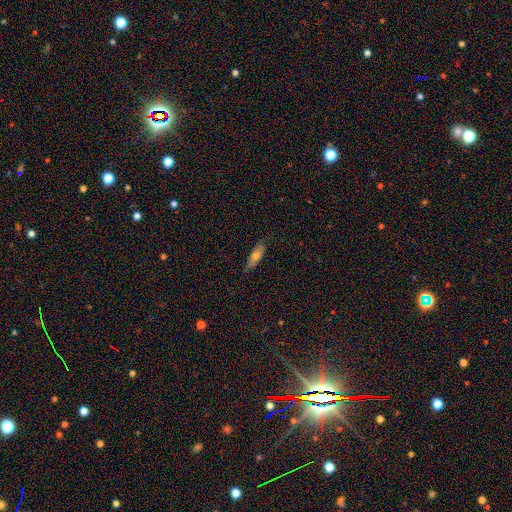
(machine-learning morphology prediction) A smooth galaxy with no disk features (63%) that is in between round and cigar-shaped (56%).

Vote fractions:
- Smooth or featured? smooth: 63% / featured or disk: 30% / star or artifact: 6%
- How rounded? in between: 56% / cigar-shaped: 42% / round: 3%
- Merging? none: 80% / minor disturbance: 17% / major disturbance: 3% / merger: 1%